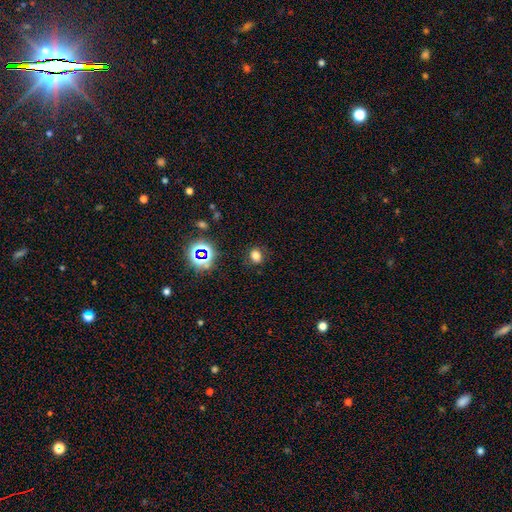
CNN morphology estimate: smooth 71%, star or artifact 22%, featured or disk 8%. Down the decision tree: how rounded — in between (52%); merging — none (83%).